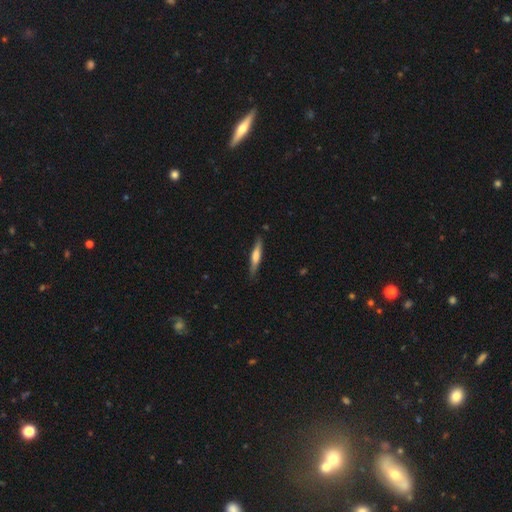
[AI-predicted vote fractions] smooth-or-featured: smooth: 53% | featured or disk: 41% | star or artifact: 5%
  how-rounded: cigar-shaped: 88% | in between: 10% | round: 1%
  merging: none: 85% | minor disturbance: 12% | major disturbance: 2% | merger: 1%